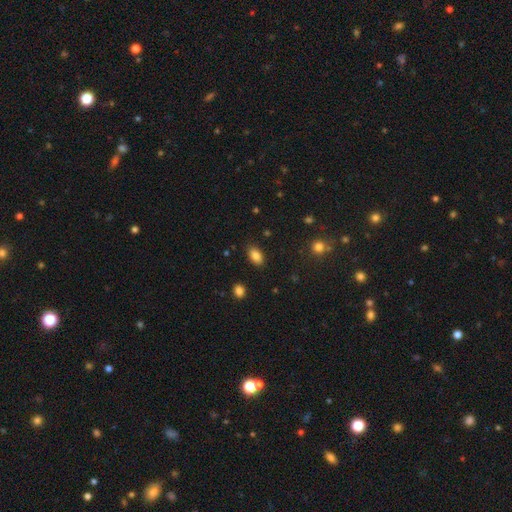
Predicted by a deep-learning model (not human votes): Smooth or featured? Predicted: smooth (p=0.85). How rounded? Predicted: in between (p=0.90). Merging? Predicted: none (p=0.86).